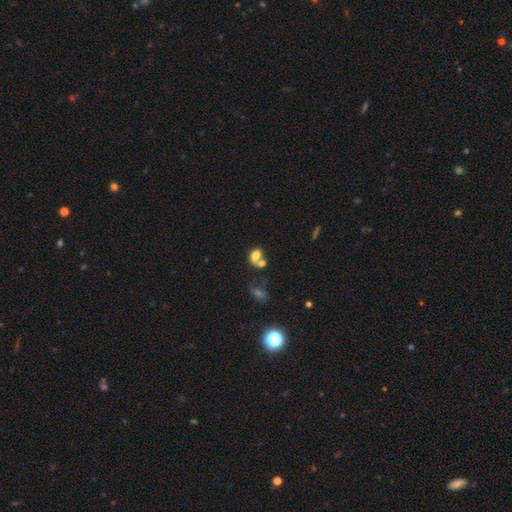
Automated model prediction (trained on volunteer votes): Q: Smooth or featured?
A: smooth (72%); runner-up: featured or disk (15%)
Q: How rounded?
A: in between (80%); runner-up: round (18%)
Q: Merging?
A: merger (51%); runner-up: none (29%)